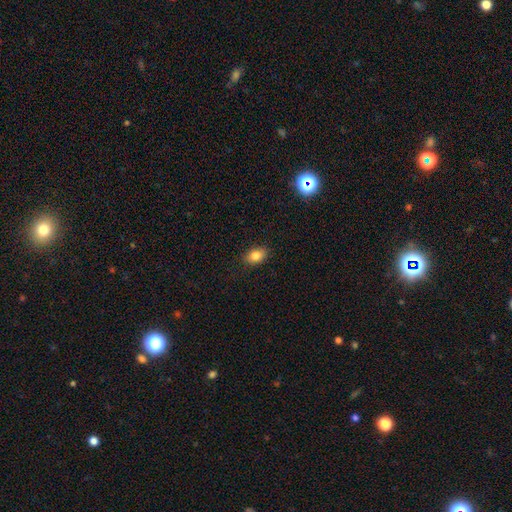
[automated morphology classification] smooth-or-featured: smooth: 83% | star or artifact: 10% | featured or disk: 7%
  how-rounded: in between: 80% | round: 18% | cigar-shaped: 2%
  merging: none: 87% | minor disturbance: 10% | major disturbance: 2% | merger: 1%